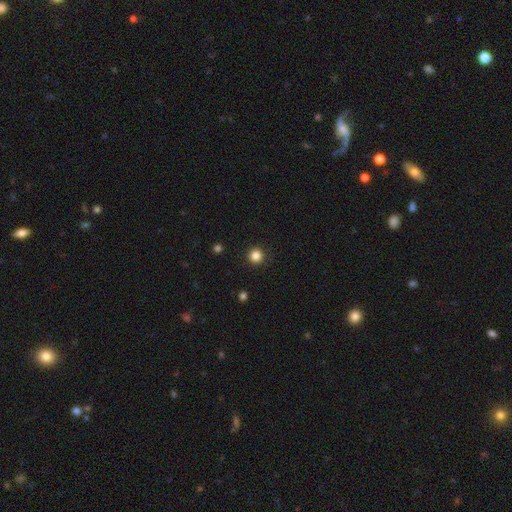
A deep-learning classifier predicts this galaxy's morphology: This appears to be a smooth galaxy with no disk features (84%) that is round (95%). Merging: none (92%).